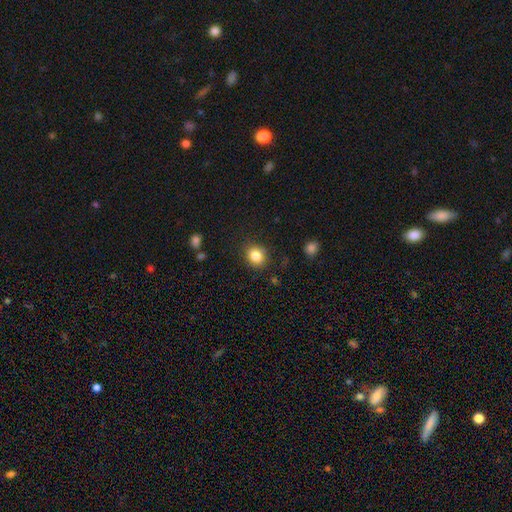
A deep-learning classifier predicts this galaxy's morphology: type=smooth (85%); roundness=round (74%); merging=none (85%).